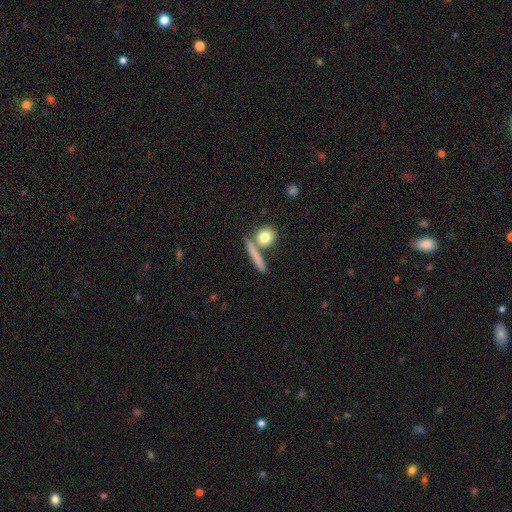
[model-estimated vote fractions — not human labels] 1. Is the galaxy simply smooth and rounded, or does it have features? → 72% smooth, 20% featured or disk, 8% star or artifact.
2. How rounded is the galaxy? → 59% cigar-shaped, 26% round, 15% in between.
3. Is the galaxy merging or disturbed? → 70% none, 16% merger, 10% minor disturbance, 4% major disturbance.